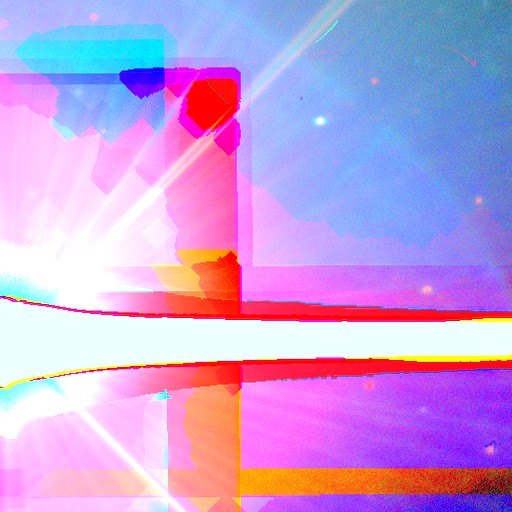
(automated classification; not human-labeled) smooth-or-featured: star or artifact: 79% | featured or disk: 13% | smooth: 8%